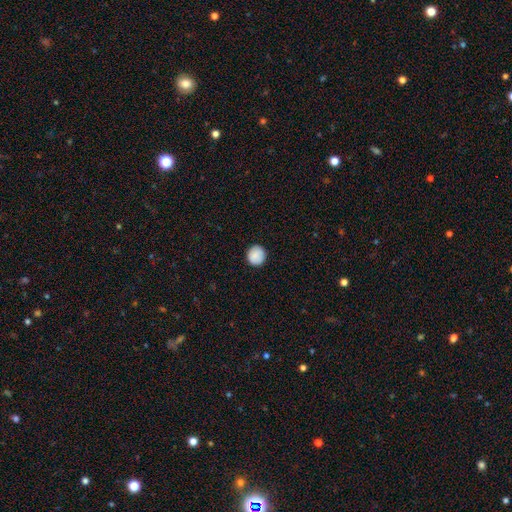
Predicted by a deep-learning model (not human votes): A smooth galaxy with no disk features (89%) that is round (91%). Merging: none (90%).